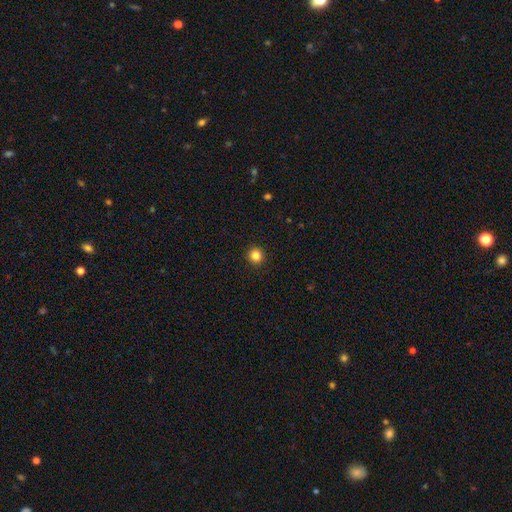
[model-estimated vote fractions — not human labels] This is clearly a smooth galaxy (85%). How rounded: clearly round (95%). Merging: clearly none (94%).